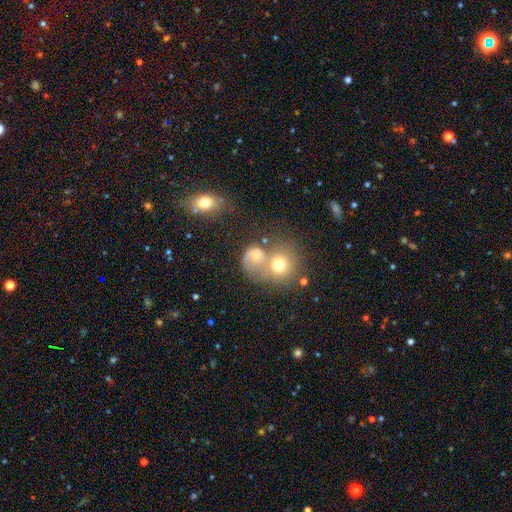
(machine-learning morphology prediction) smooth 56%, featured or disk 30%, star or artifact 13%. Down the decision tree: how rounded — round (72%); merging — merger (54%).